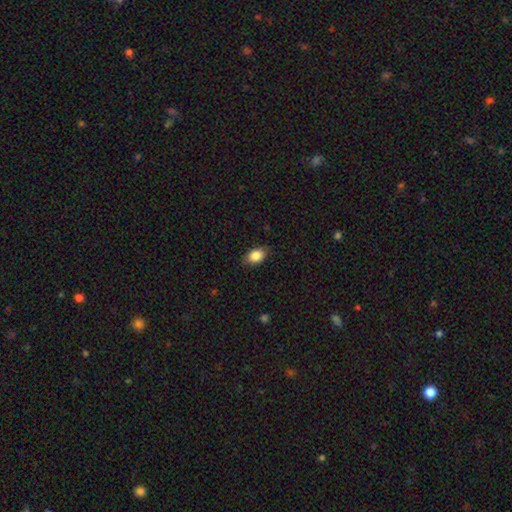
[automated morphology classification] smooth_or_featured: smooth (p=0.86) [alt: star or artifact p=0.08]
how_rounded: in between (p=0.82) [alt: round p=0.17]
merging: none (p=0.82) [alt: minor disturbance p=0.14]